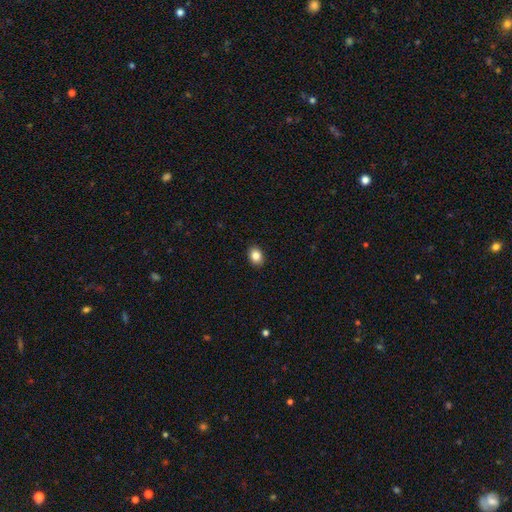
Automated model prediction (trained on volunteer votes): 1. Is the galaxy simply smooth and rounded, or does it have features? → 85% smooth, 9% star or artifact, 6% featured or disk.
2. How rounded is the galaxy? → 65% in between, 34% round, 1% cigar-shaped.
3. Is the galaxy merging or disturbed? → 91% none, 7% minor disturbance, 2% major disturbance, 1% merger.